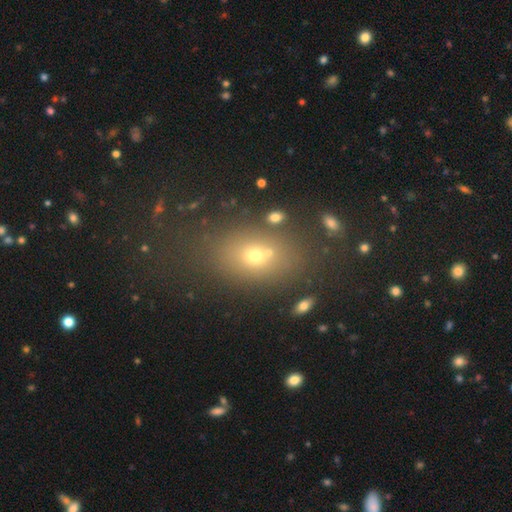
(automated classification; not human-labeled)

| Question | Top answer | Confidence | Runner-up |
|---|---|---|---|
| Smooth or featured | smooth | 60% | star or artifact (25%) |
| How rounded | in between | 67% | round (30%) |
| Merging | none | 73% | minor disturbance (12%) |